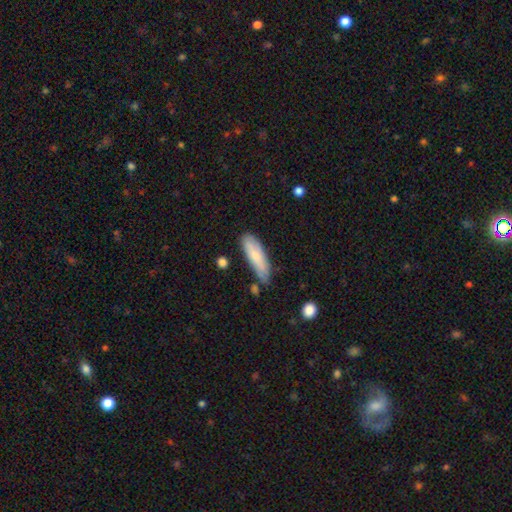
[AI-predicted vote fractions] Smooth or featured? smooth (75%)
How rounded? cigar-shaped (50%)
Merging? none (64%)